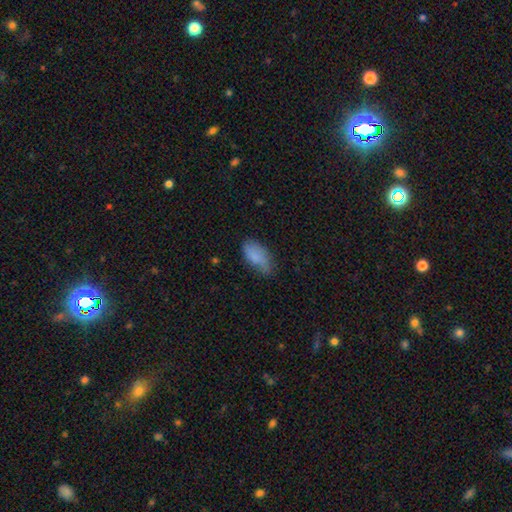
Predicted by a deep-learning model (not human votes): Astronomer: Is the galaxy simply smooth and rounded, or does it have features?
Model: smooth — 82%.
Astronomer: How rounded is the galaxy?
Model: in between — 92%.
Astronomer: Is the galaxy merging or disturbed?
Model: none — 58%.